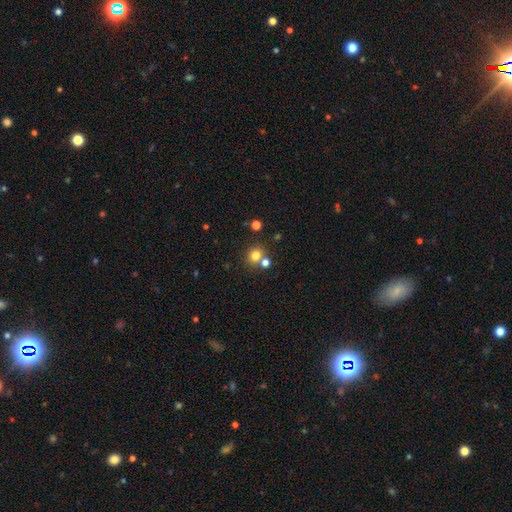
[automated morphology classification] Overall: smooth (77%). How rounded: round (82%). Merging: none (67%).